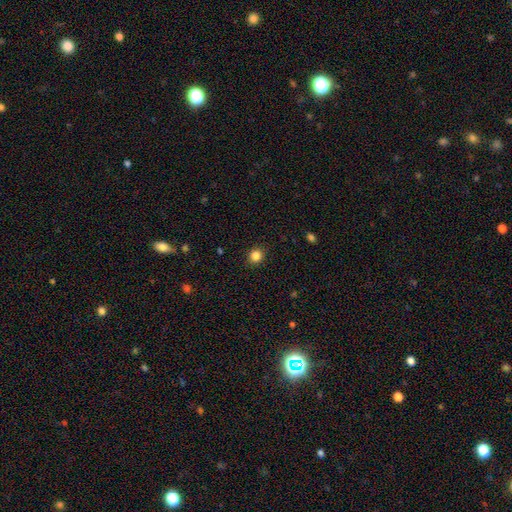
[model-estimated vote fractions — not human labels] This appears to be a smooth galaxy with no disk features (84%) that is round (82%). Merging: none (91%).